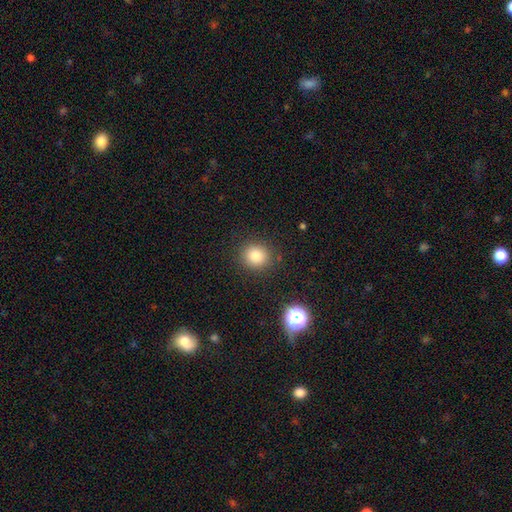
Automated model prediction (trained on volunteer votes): Morphology: type=smooth (83%); roundness=round (84%); merging=none (87%).